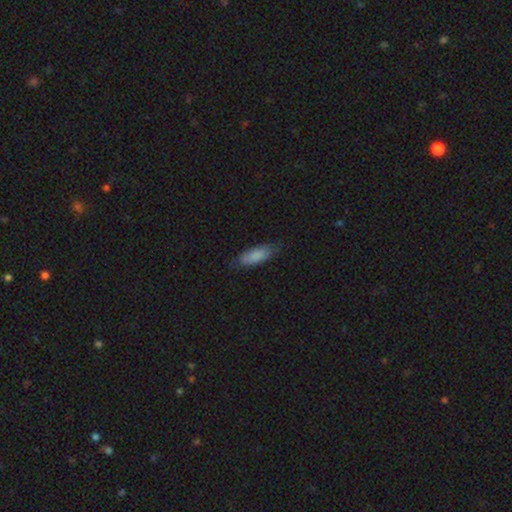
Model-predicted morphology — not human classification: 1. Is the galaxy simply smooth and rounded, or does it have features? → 85% smooth, 9% featured or disk, 6% star or artifact.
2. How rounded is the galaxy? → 68% in between, 30% cigar-shaped, 2% round.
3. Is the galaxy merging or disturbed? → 75% none, 19% minor disturbance, 4% major disturbance, 1% merger.